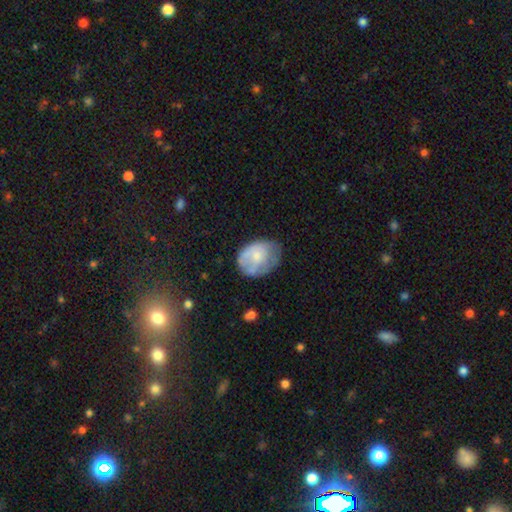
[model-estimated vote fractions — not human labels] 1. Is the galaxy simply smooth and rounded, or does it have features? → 58% smooth, 34% featured or disk, 7% star or artifact.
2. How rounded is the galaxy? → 58% in between, 42% round, 1% cigar-shaped.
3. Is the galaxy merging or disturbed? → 48% none, 33% minor disturbance, 16% major disturbance, 2% merger.